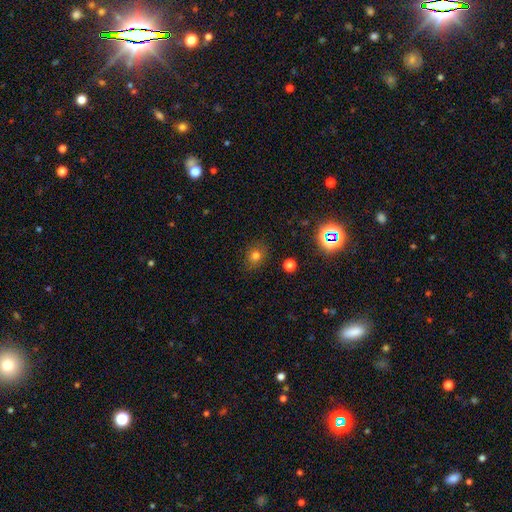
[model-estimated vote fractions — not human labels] smooth-or-featured: smooth: 73% | star or artifact: 19% | featured or disk: 8%
  how-rounded: round: 66% | in between: 33% | cigar-shaped: 1%
  merging: none: 82% | minor disturbance: 12% | major disturbance: 4% | merger: 2%